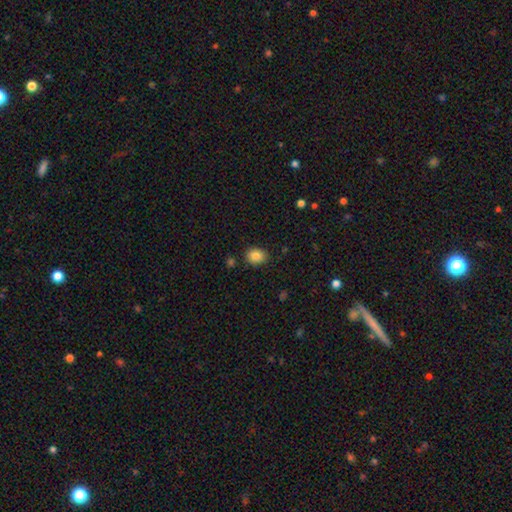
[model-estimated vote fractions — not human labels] smooth_or_featured: smooth (p=0.85) [alt: star or artifact p=0.09]
how_rounded: in between (p=0.52) [alt: round p=0.47]
merging: none (p=0.86) [alt: minor disturbance p=0.10]